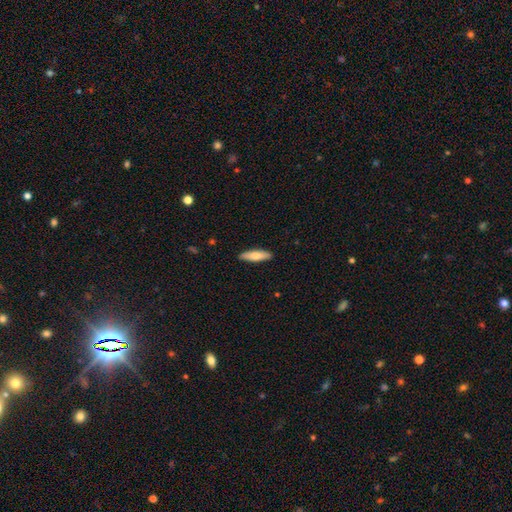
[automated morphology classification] smooth-or-featured: smooth: 72% | featured or disk: 23% | star or artifact: 5%
  how-rounded: cigar-shaped: 69% | in between: 30% | round: 2%
  merging: none: 90% | minor disturbance: 8% | major disturbance: 2% | merger: 1%